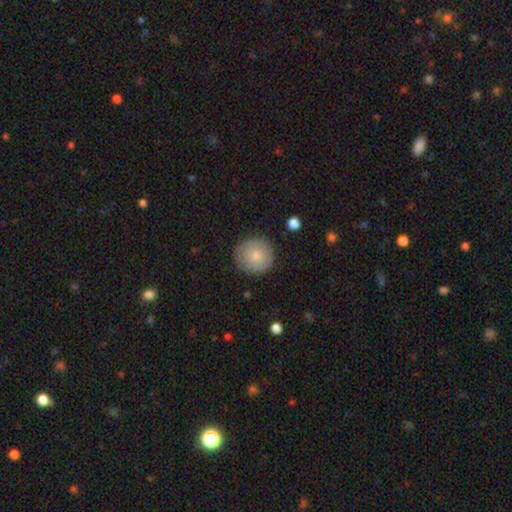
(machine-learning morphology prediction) Q: Smooth or featured?
A: smooth (67%); runner-up: featured or disk (26%)
Q: How rounded?
A: round (93%); runner-up: in between (6%)
Q: Merging?
A: none (84%); runner-up: minor disturbance (12%)